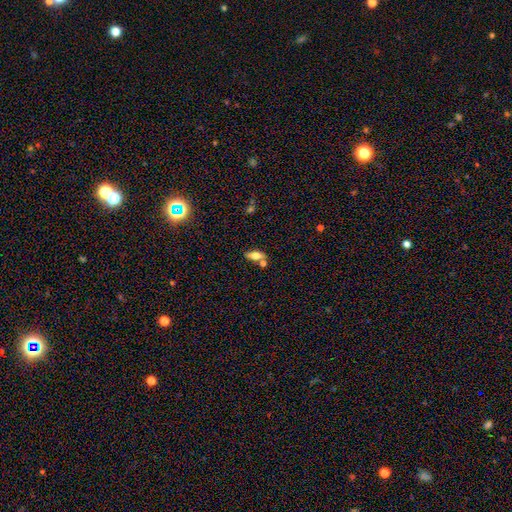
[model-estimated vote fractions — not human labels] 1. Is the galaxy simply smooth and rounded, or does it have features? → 60% smooth, 31% featured or disk, 10% star or artifact.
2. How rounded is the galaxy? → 75% in between, 20% cigar-shaped, 5% round.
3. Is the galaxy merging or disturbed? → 64% none, 19% merger, 13% minor disturbance, 4% major disturbance.